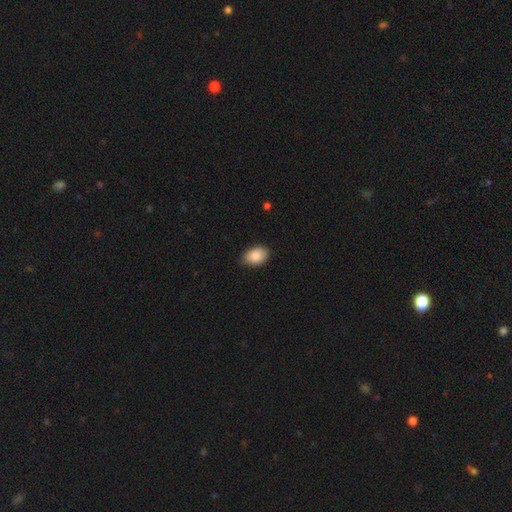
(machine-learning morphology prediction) Overall: smooth (88%). How rounded: in between (88%). Merging: none (81%).